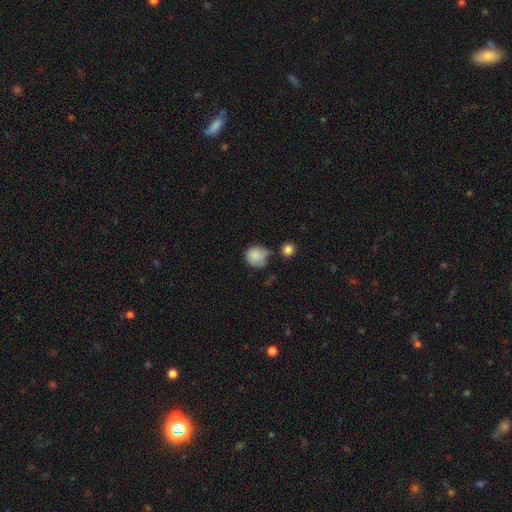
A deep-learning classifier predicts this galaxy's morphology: Smooth or featured? smooth (83%)
How rounded? round (85%)
Merging? none (52%)